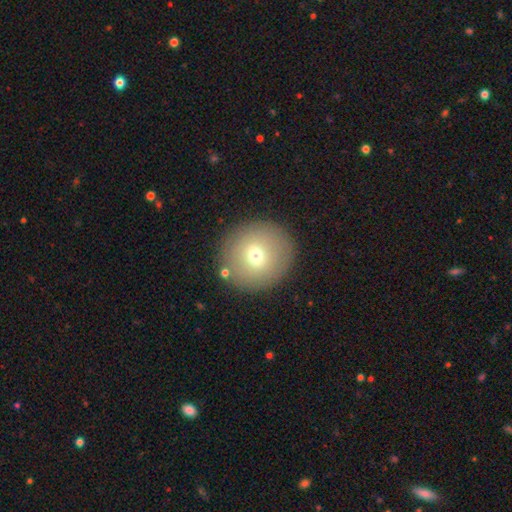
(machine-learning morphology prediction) A smooth galaxy with no disk features (66%) that is round (92%).

Vote fractions:
- Smooth or featured? smooth: 66% / featured or disk: 25% / star or artifact: 10%
- How rounded? round: 92% / in between: 7% / cigar-shaped: 1%
- Merging? none: 87% / minor disturbance: 7% / major disturbance: 3% / merger: 3%